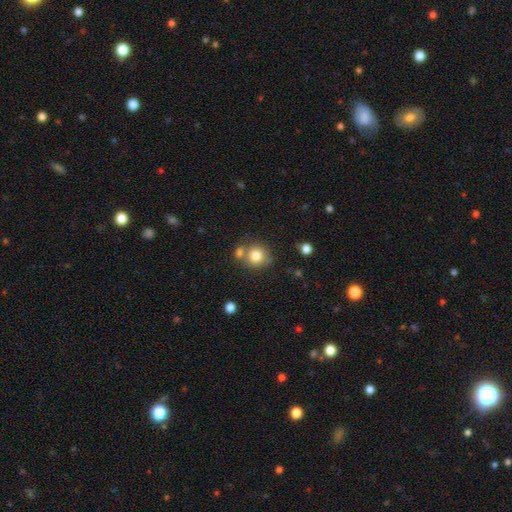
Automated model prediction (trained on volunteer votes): Morphology: type=smooth (80%); roundness=round (88%); merging=none (60%).